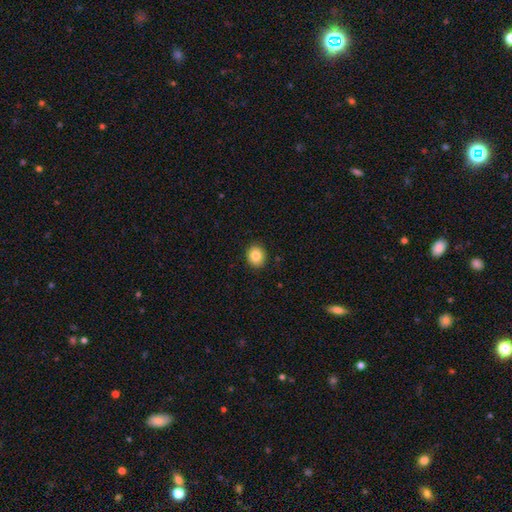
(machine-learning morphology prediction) This is clearly a smooth galaxy (84%). How rounded: likely round (71%). Merging: clearly none (91%).